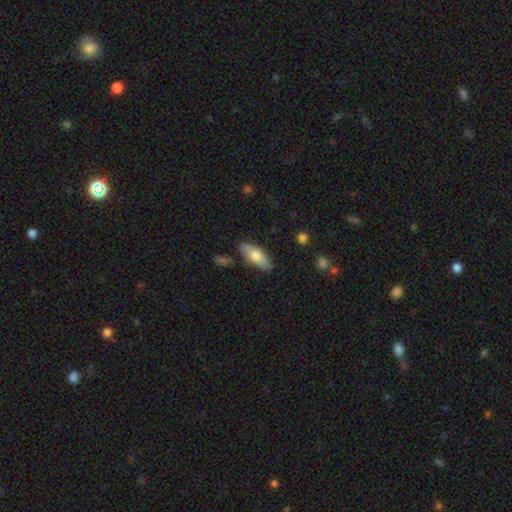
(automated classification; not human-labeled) The model was most divided on "smooth or featured": smooth: 71%, featured or disk: 23%, star or artifact: 6%. More confident: merging — none (81%); how rounded — in between (79%).